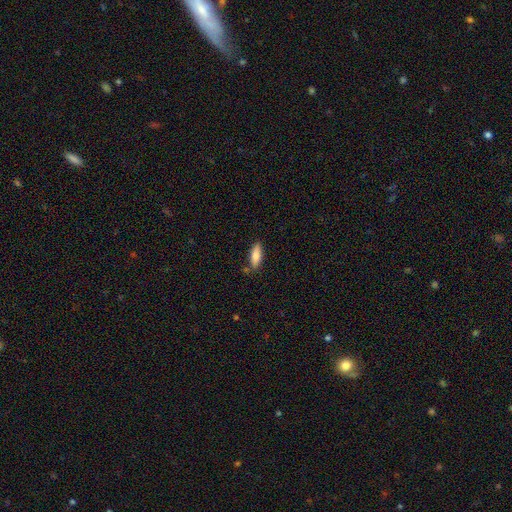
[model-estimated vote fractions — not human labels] Morphology: type=smooth (81%); roundness=in between (63%); merging=none (79%).